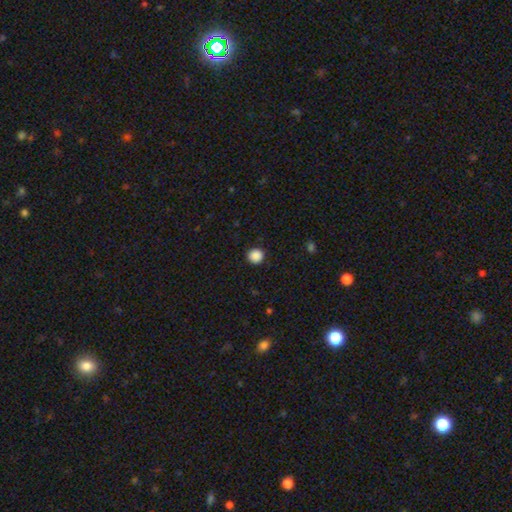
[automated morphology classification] The model was most divided on "smooth or featured": smooth: 88%, star or artifact: 10%, featured or disk: 2%. More confident: how rounded — round (92%); merging — none (92%).